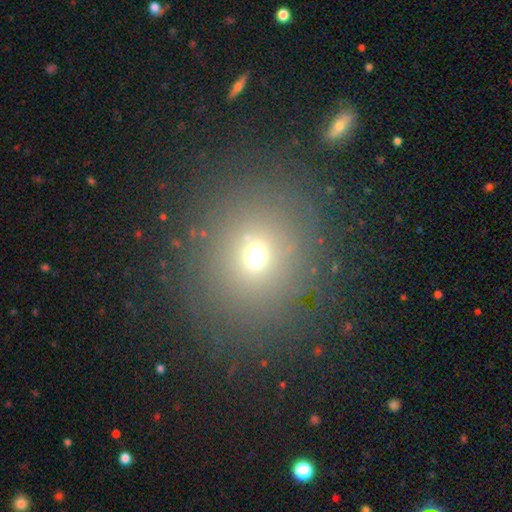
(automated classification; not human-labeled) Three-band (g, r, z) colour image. It shows a smooth galaxy with no disk features (62%) that is round (81%). Merging: none (79%).